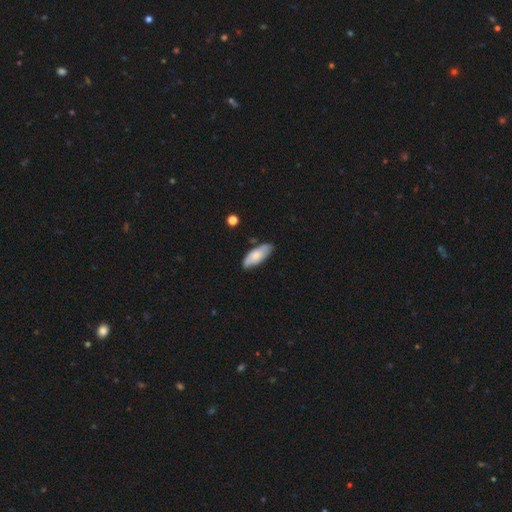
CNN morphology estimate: Smooth or featured?
  - smooth: 71% *
  - featured or disk: 23%
  - star or artifact: 6%
How rounded?
  - in between: 79% *
  - cigar-shaped: 19%
  - round: 2%
Merging?
  - none: 76% *
  - minor disturbance: 18%
  - major disturbance: 3%
  - merger: 3%